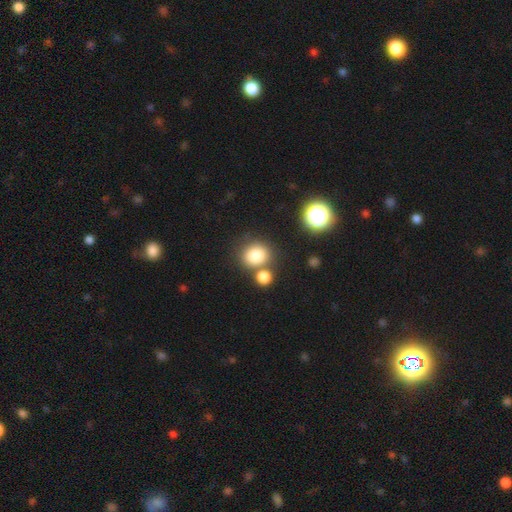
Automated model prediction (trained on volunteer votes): smooth-or-featured: smooth: 81% | star or artifact: 13% | featured or disk: 7%
  how-rounded: round: 78% | in between: 21% | cigar-shaped: 1%
  merging: none: 65% | merger: 22% | minor disturbance: 10% | major disturbance: 4%